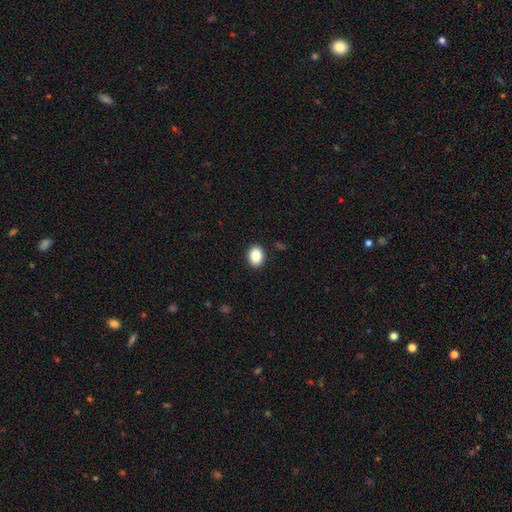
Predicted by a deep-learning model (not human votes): smooth 86%, star or artifact 8%, featured or disk 5%. Down the decision tree: how rounded — in between (63%); merging — none (91%).